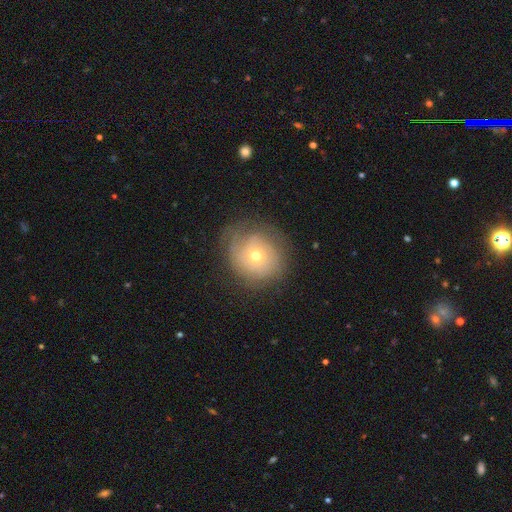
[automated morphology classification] Smooth or featured? Predicted: smooth (p=0.46). Merging? Predicted: none (p=0.68).